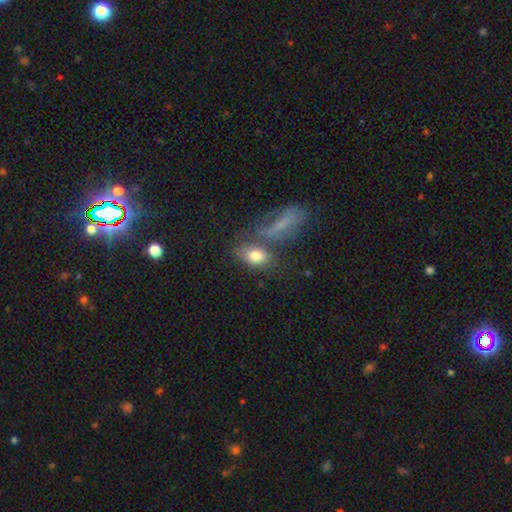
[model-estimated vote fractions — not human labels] smooth_or_featured: smooth (p=0.77) [alt: featured or disk p=0.12]
how_rounded: in between (p=0.75) [alt: round p=0.19]
merging: none (p=0.57) [alt: merger p=0.22]